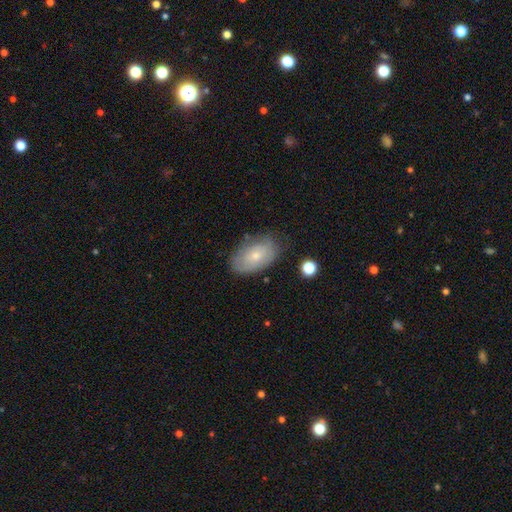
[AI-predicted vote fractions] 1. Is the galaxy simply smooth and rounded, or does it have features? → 58% smooth, 34% featured or disk, 7% star or artifact.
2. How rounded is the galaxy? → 91% in between, 7% round, 2% cigar-shaped.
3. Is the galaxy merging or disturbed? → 70% none, 22% minor disturbance, 6% major disturbance, 2% merger.